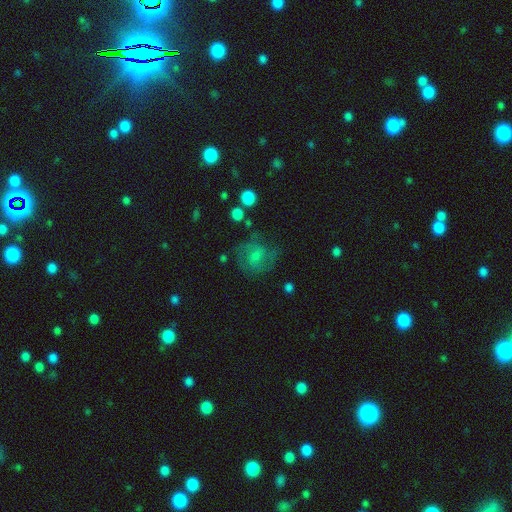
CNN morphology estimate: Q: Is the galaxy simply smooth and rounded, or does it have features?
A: featured or disk — 49%.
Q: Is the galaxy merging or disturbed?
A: none — 66%.